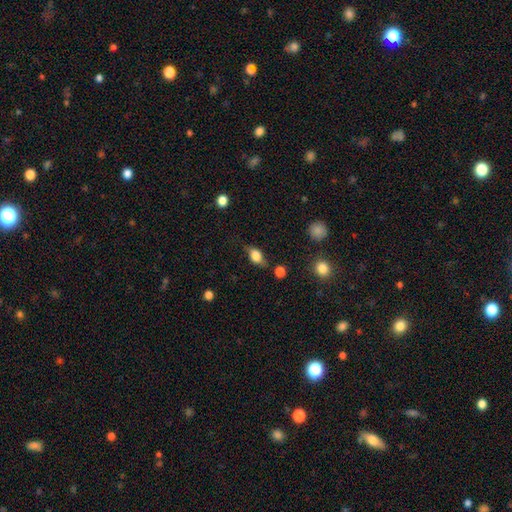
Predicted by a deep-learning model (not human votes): Smooth or featured: smooth — 70% (featured or disk — 21%)
How rounded: in between — 75% (round — 18%)
Merging: none — 67% (minor disturbance — 23%)